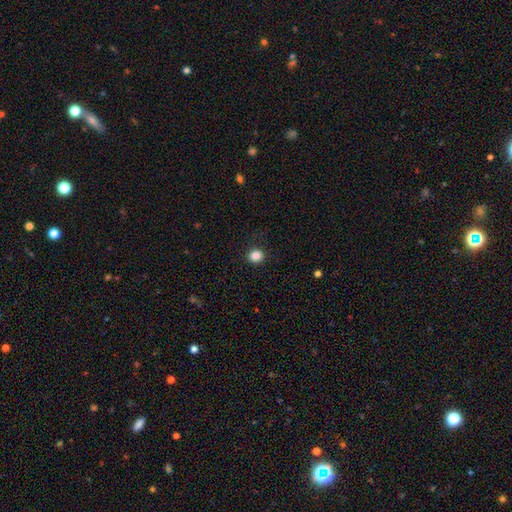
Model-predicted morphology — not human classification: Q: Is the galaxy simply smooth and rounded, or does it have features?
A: smooth — 86%.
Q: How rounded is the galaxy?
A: round — 84%.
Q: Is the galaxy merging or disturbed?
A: none — 90%.